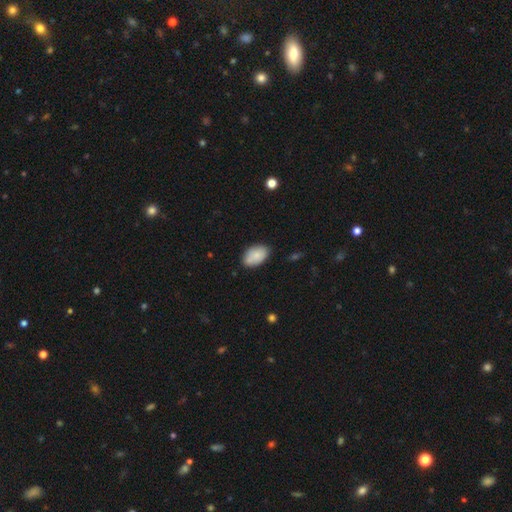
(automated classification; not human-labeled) Smooth or featured? smooth (84%)
How rounded? in between (93%)
Merging? none (77%)